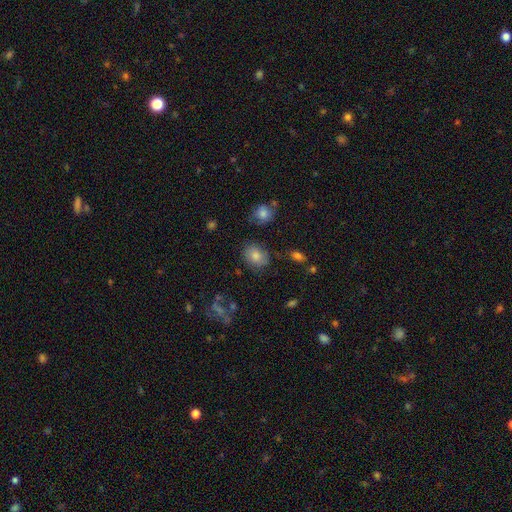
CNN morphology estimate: Q: Smooth or featured?
A: smooth (80%); runner-up: star or artifact (10%)
Q: How rounded?
A: in between (53%); runner-up: round (46%)
Q: Merging?
A: none (76%); runner-up: minor disturbance (17%)